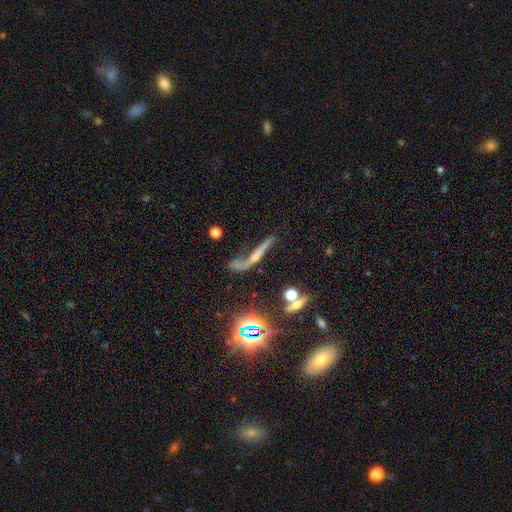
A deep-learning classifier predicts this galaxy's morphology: featured or disk 62%, star or artifact 20%, smooth 19%. Down the decision tree: edge-on disk — no (52%); merging — none (36%).